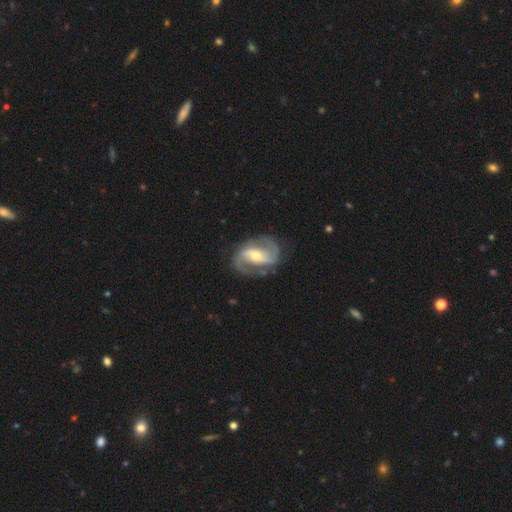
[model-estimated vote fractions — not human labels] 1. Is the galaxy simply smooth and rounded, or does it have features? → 90% featured or disk, 6% smooth, 4% star or artifact.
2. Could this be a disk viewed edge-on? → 98% no, 2% yes.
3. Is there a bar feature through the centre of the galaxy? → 39% strong, 37% weak, 24% no.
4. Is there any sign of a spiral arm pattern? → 97% yes, 3% no.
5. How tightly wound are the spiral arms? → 55% medium, 23% tight, 22% loose.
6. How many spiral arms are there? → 92% 2, 3% can't tell, 2% 3, 2% 1, 1% 4, 1% more than 4.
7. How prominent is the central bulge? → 52% moderate, 43% small, 3% large, 1% none, 1% dominant.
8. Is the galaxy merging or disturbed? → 80% none, 13% minor disturbance, 6% major disturbance, 1% merger.